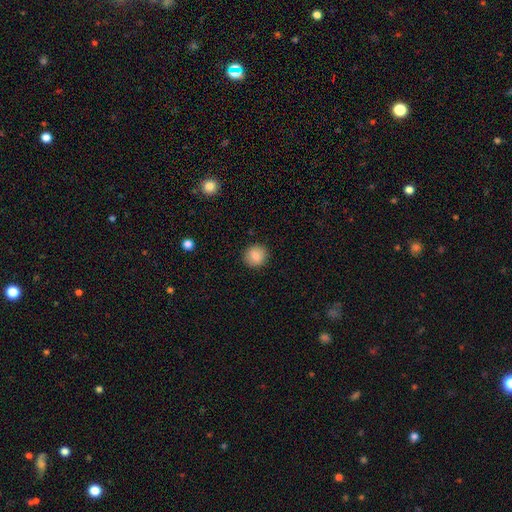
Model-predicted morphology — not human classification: smooth-or-featured: smooth: 87% | star or artifact: 8% | featured or disk: 5%
  how-rounded: round: 89% | in between: 10% | cigar-shaped: 1%
  merging: none: 91% | minor disturbance: 6% | major disturbance: 2% | merger: 1%